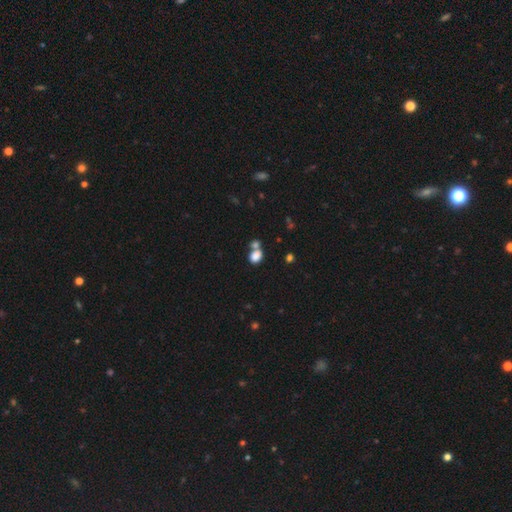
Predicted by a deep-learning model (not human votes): Q: Smooth or featured?
A: smooth (82%); runner-up: star or artifact (11%)
Q: How rounded?
A: in between (59%); runner-up: round (40%)
Q: Merging?
A: merger (45%); runner-up: none (39%)